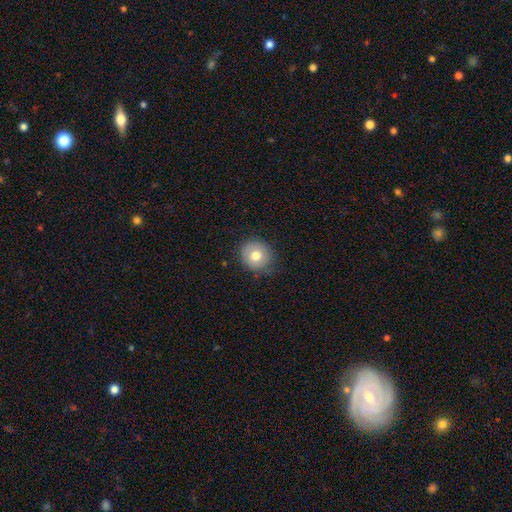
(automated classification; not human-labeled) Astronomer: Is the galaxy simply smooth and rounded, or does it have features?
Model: smooth — 75%.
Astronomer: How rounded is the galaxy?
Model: round — 86%.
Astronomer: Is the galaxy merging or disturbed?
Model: none — 79%.